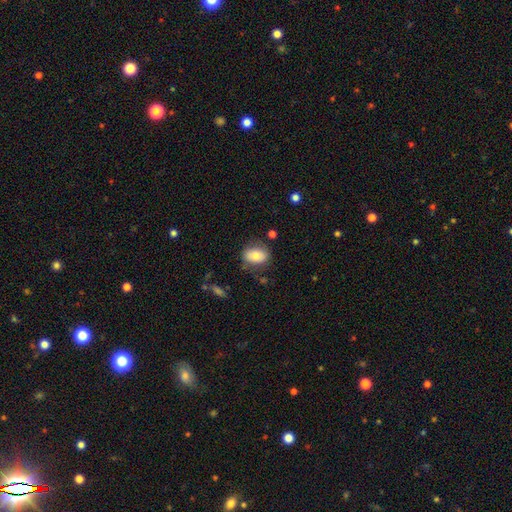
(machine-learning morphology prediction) Smooth or featured: smooth — 75% (featured or disk — 17%)
How rounded: in between — 74% (round — 24%)
Merging: none — 71% (minor disturbance — 18%)